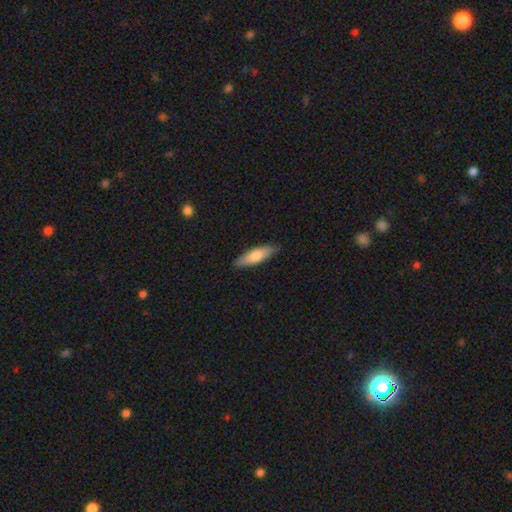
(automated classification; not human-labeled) smooth-or-featured: smooth: 72% | featured or disk: 23% | star or artifact: 5%
  how-rounded: cigar-shaped: 55% | in between: 43% | round: 2%
  merging: none: 86% | minor disturbance: 11% | major disturbance: 2% | merger: 1%